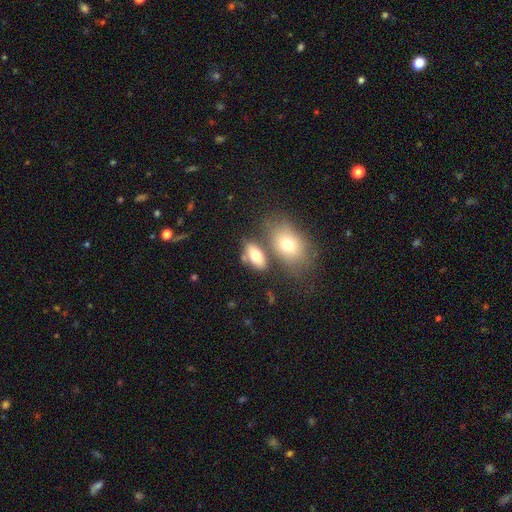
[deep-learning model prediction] smooth-or-featured: smooth: 71% | featured or disk: 20% | star or artifact: 8%
  how-rounded: in between: 88% | round: 7% | cigar-shaped: 6%
  merging: none: 56% | merger: 25% | minor disturbance: 13% | major disturbance: 6%